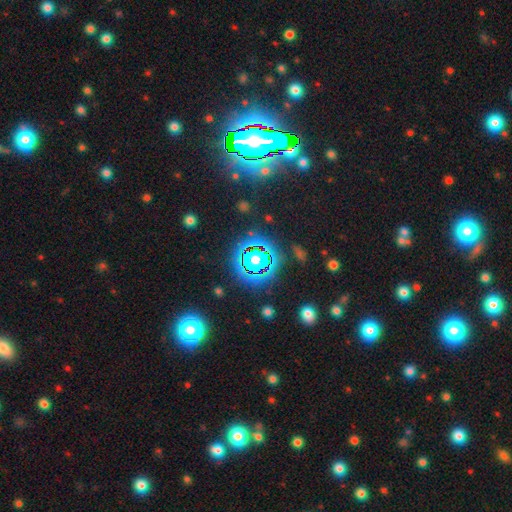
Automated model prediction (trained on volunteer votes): The model was most divided on "smooth or featured": star or artifact: 80%, smooth: 11%, featured or disk: 9%.